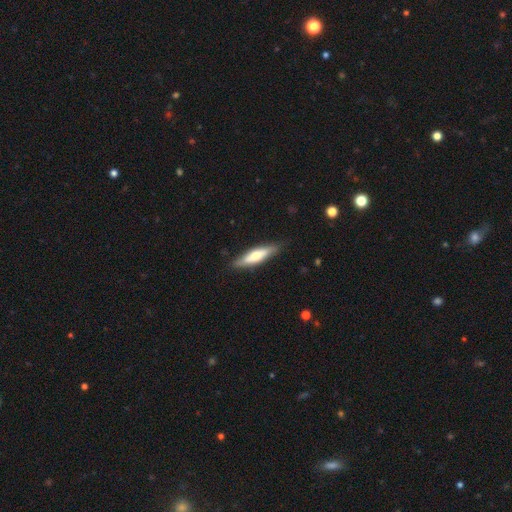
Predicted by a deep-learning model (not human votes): A smooth galaxy with no disk features (53%) that is cigar-shaped (67%).

Vote fractions:
- Smooth or featured? smooth: 53% / featured or disk: 42% / star or artifact: 5%
- How rounded? cigar-shaped: 67% / in between: 31% / round: 2%
- Merging? none: 84% / minor disturbance: 12% / major disturbance: 2% / merger: 1%